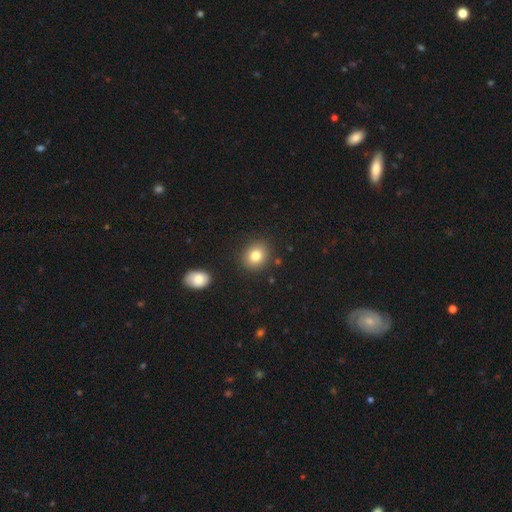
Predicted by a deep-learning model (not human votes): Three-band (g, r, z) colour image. It shows a smooth galaxy with no disk features (81%) that is round (69%). Merging: none (86%).